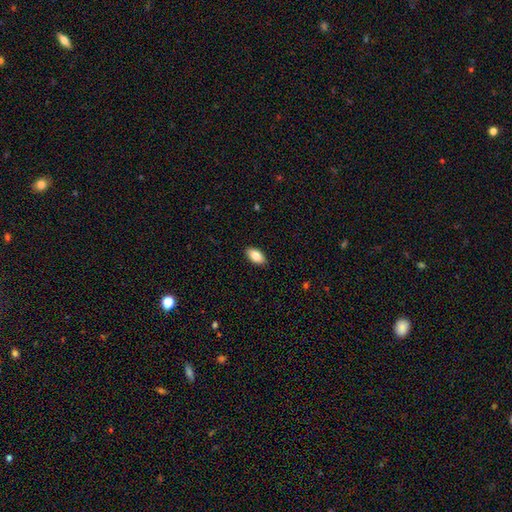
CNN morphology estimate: smooth-or-featured: smooth: 84% | featured or disk: 9% | star or artifact: 7%
  how-rounded: in between: 94% | round: 4% | cigar-shaped: 3%
  merging: none: 89% | minor disturbance: 8% | major disturbance: 2% | merger: 1%